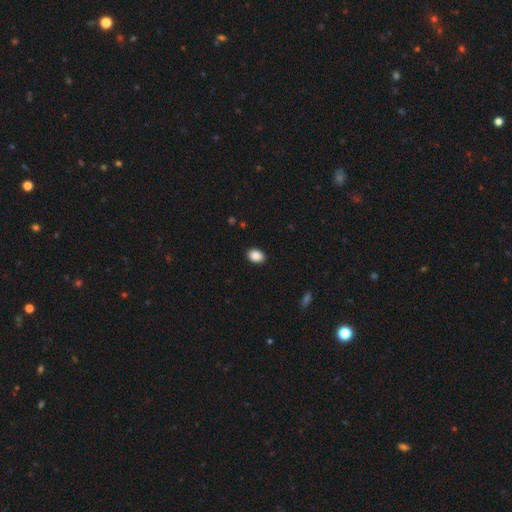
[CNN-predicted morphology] smooth_or_featured: smooth (p=0.89) [alt: star or artifact p=0.08]
how_rounded: in between (p=0.73) [alt: round p=0.26]
merging: none (p=0.90) [alt: minor disturbance p=0.07]